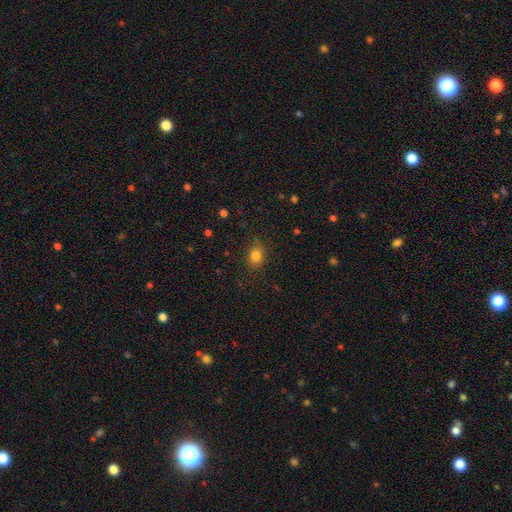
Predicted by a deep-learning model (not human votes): smooth-or-featured: smooth: 82% | star or artifact: 12% | featured or disk: 6%
  how-rounded: round: 58% | in between: 41% | cigar-shaped: 1%
  merging: none: 82% | minor disturbance: 13% | major disturbance: 4% | merger: 1%